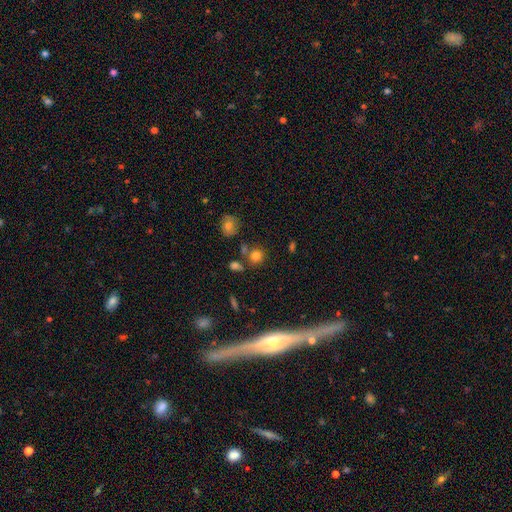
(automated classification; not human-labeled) Morphology: type=smooth (78%); roundness=round (85%); merging=none (70%).